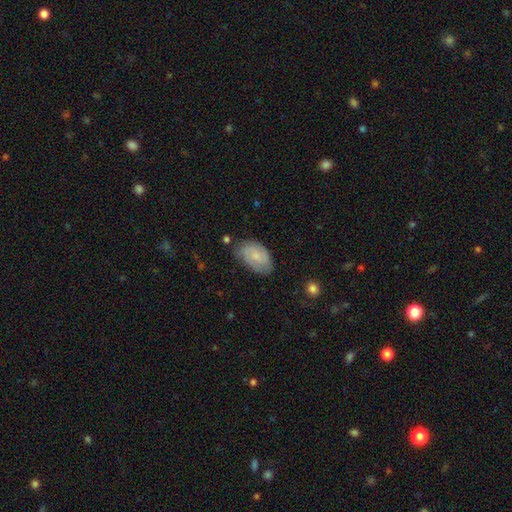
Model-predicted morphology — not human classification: This is likely a smooth galaxy (71%). How rounded: clearly in between (92%). Merging: likely none (68%).